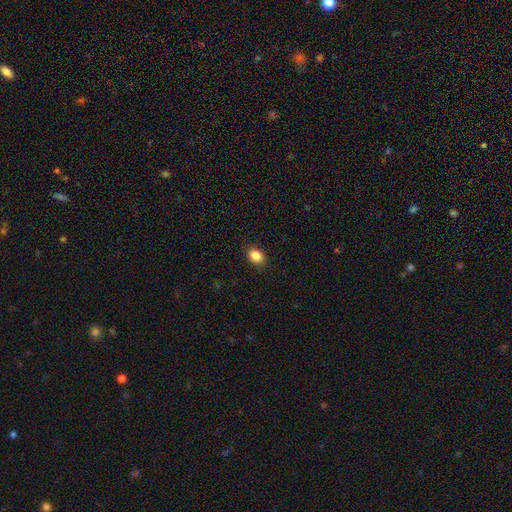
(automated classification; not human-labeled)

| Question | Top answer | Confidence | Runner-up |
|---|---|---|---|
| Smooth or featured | smooth | 87% | star or artifact (9%) |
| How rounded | in between | 65% | round (33%) |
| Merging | none | 89% | minor disturbance (8%) |